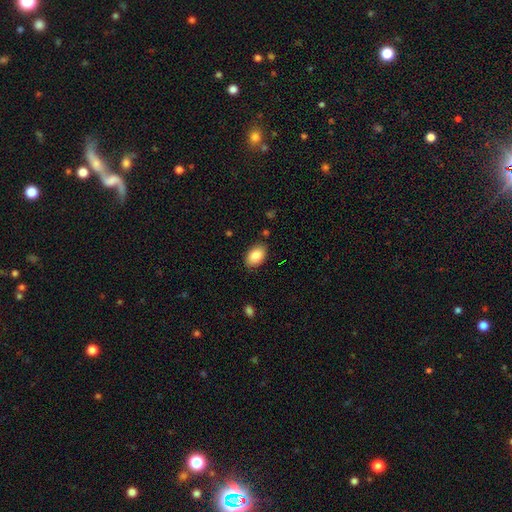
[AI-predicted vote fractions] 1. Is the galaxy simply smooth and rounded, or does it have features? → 86% smooth, 7% featured or disk, 7% star or artifact.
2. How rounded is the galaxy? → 88% in between, 11% round, 1% cigar-shaped.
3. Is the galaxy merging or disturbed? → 85% none, 11% minor disturbance, 2% major disturbance, 1% merger.